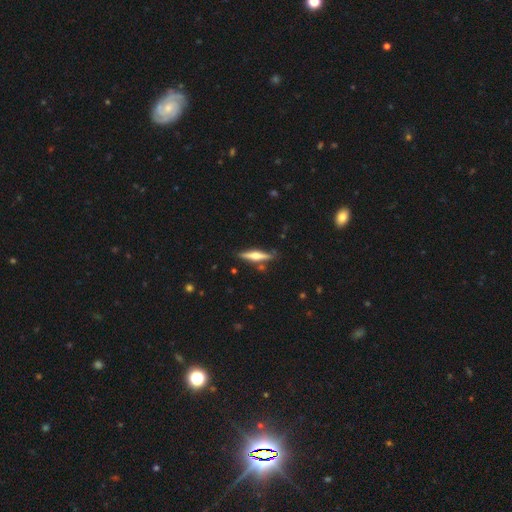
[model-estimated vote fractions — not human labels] Smooth or featured?
  - featured or disk: 62% *
  - smooth: 33%
  - star or artifact: 6%
Edge-on disk?
  - yes: 96% *
  - no: 4%
Edge-on bulge?
  - rounded: 88% *
  - boxy: 7%
  - none: 5%
Merging?
  - none: 82% *
  - minor disturbance: 11%
  - merger: 4%
  - major disturbance: 2%